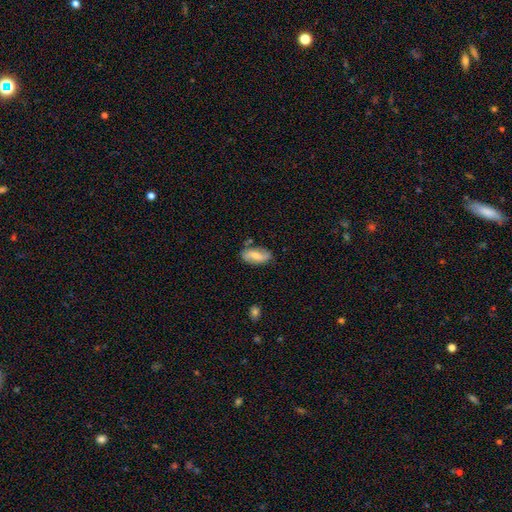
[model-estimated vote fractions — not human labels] Smooth or featured?
  - smooth: 51% *
  - featured or disk: 42%
  - star or artifact: 7%
How rounded?
  - in between: 87% *
  - cigar-shaped: 10%
  - round: 4%
Merging?
  - none: 73% *
  - minor disturbance: 19%
  - major disturbance: 4%
  - merger: 3%